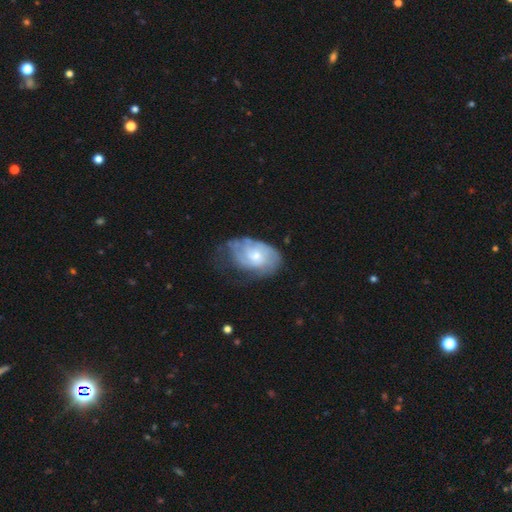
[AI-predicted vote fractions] The model was most divided on "bulge size": small: 49%, moderate: 44%, large: 4%, none: 3%, dominant: 1%. Remaining: edge-on disk — no (96%); spiral arms — yes (77%); bar — no (75%); smooth or featured — featured or disk (63%); merging — none (42%).